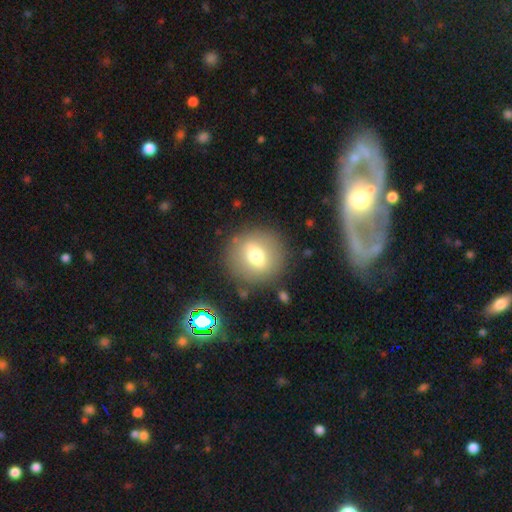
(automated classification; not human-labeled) smooth_or_featured: smooth (p=0.65) [alt: featured or disk p=0.24]
how_rounded: round (p=0.92) [alt: in between p=0.07]
merging: none (p=0.85) [alt: minor disturbance p=0.09]